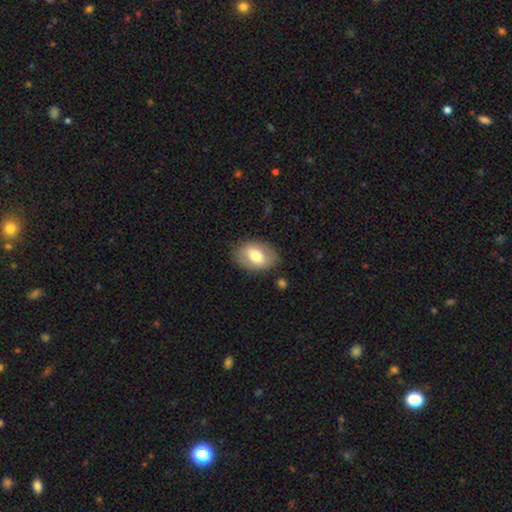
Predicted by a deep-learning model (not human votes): A smooth galaxy with no disk features (64%) that is in between round and cigar-shaped (83%).

Vote fractions:
- Smooth or featured? smooth: 64% / featured or disk: 29% / star or artifact: 6%
- How rounded? in between: 83% / round: 16% / cigar-shaped: 1%
- Merging? none: 82% / minor disturbance: 12% / major disturbance: 4% / merger: 2%